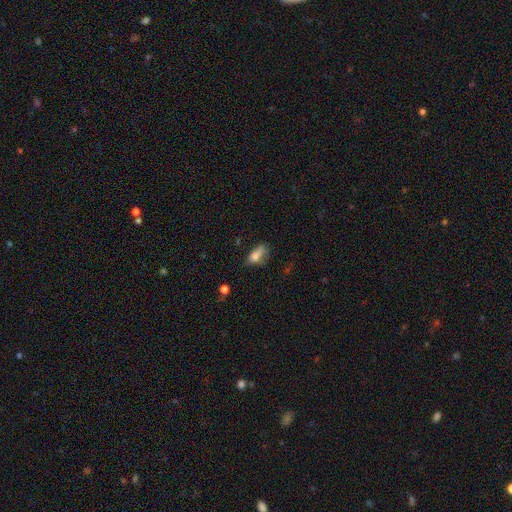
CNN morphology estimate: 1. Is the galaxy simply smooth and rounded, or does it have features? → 73% smooth, 16% featured or disk, 11% star or artifact.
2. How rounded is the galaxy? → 78% in between, 16% cigar-shaped, 6% round.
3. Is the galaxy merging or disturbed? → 36% none, 34% minor disturbance, 24% major disturbance, 6% merger.